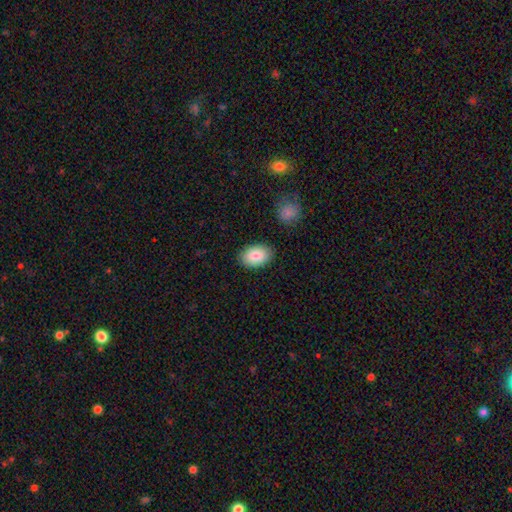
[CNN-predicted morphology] A smooth galaxy with no disk features (85%) that is in between round and cigar-shaped (90%).

Vote fractions:
- Smooth or featured? smooth: 85% / featured or disk: 9% / star or artifact: 6%
- How rounded? in between: 90% / round: 9% / cigar-shaped: 1%
- Merging? none: 87% / minor disturbance: 9% / major disturbance: 2% / merger: 2%